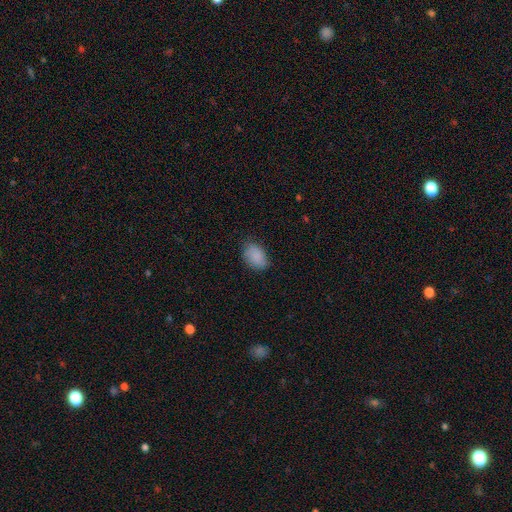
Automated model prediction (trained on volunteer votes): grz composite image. It shows a smooth galaxy with no disk features (87%) that is in between round and cigar-shaped (81%). Merging: none (77%).